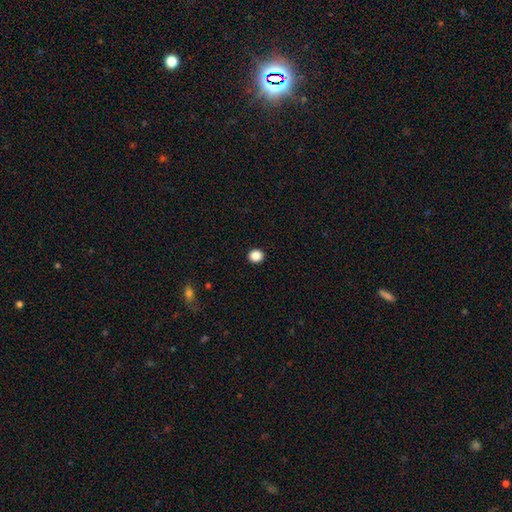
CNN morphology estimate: Overall: smooth (87%). How rounded: round (83%). Merging: none (93%).